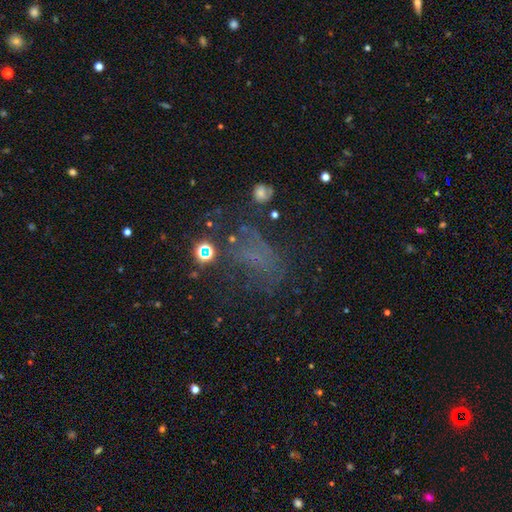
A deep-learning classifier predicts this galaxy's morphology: type=star or artifact (39%).